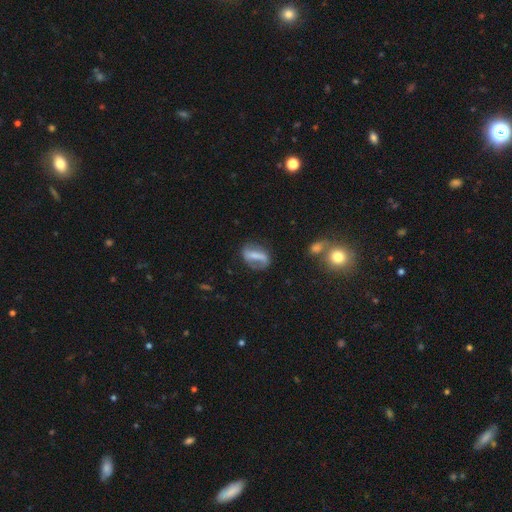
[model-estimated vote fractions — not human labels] Overall: featured or disk (51%; smooth 41%). Edge-on disk: no (88%). Merging: none (62%; minor disturbance 22%).